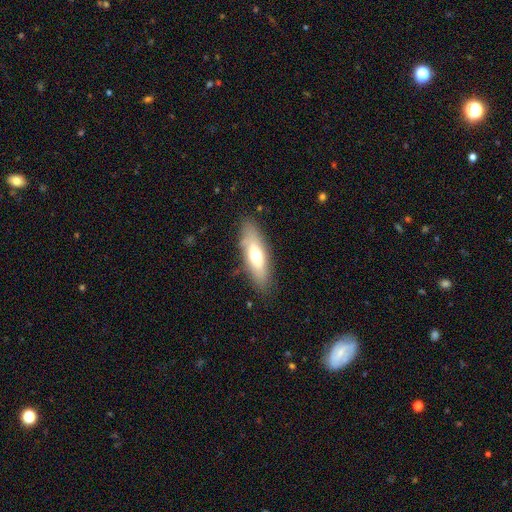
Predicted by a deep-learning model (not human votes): Smooth or featured: smooth — 58% (featured or disk — 35%)
How rounded: in between — 55% (cigar-shaped — 43%)
Merging: none — 81% (minor disturbance — 13%)